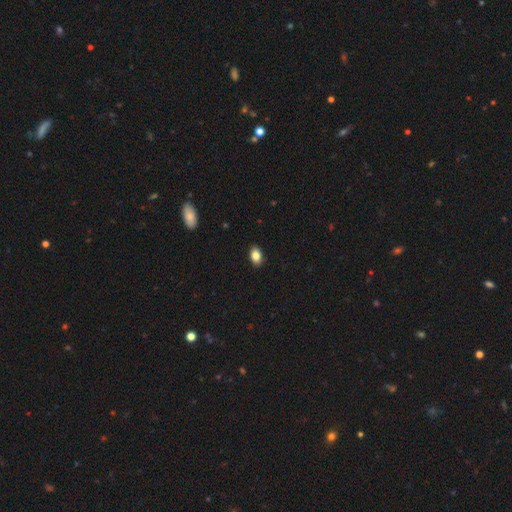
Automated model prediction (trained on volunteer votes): A smooth galaxy with no disk features (84%) that is in between round and cigar-shaped (85%). Merging: none (89%).